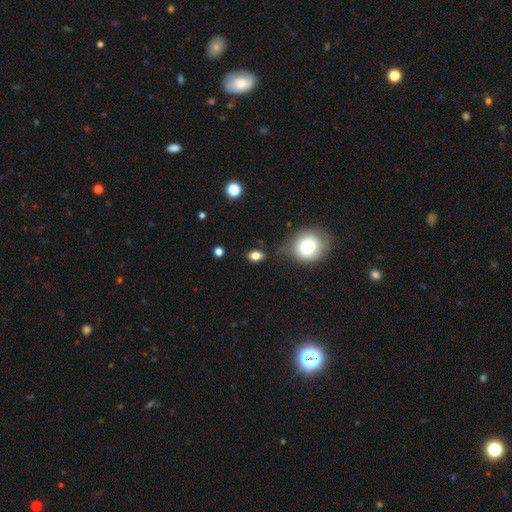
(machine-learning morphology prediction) smooth 80%, star or artifact 12%, featured or disk 8%. Down the decision tree: how rounded — in between (72%); merging — none (75%).